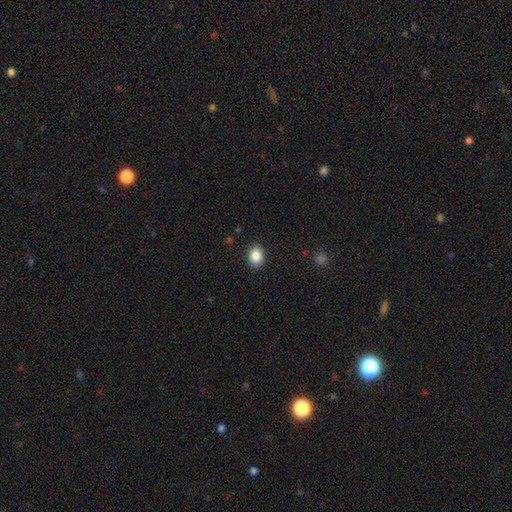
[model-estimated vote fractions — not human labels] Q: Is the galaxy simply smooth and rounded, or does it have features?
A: smooth — 87%.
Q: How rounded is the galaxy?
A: in between — 67%.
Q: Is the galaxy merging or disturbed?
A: none — 90%.